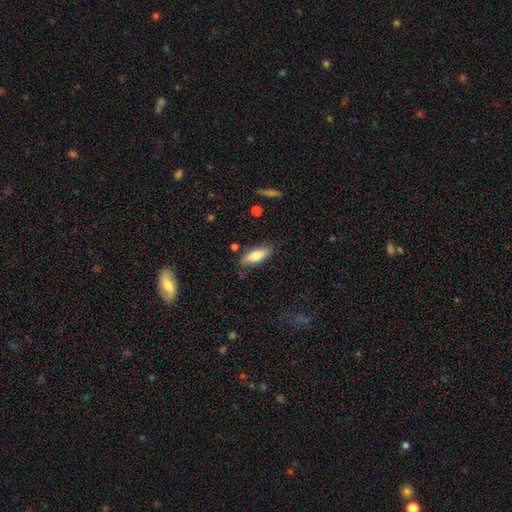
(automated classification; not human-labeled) Smooth or featured? Predicted: smooth (p=0.73). How rounded? Predicted: in between (p=0.67). Merging? Predicted: none (p=0.77).